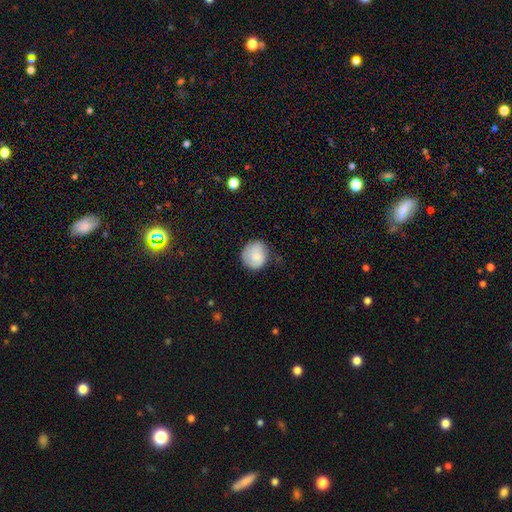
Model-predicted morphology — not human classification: A smooth galaxy with no disk features (78%) that is round (87%). Merging: none (71%).